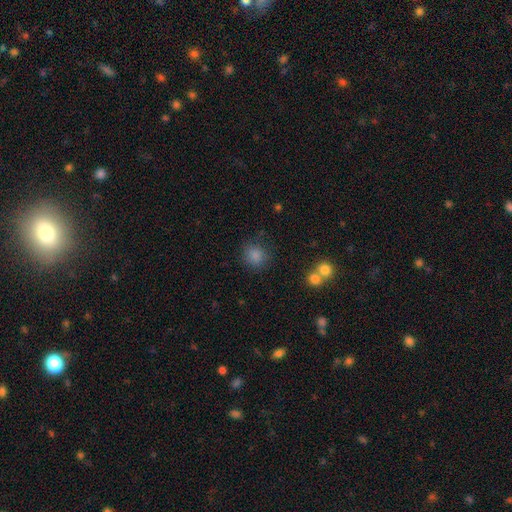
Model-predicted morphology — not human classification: Smooth or featured: smooth — 81% (star or artifact — 13%)
How rounded: round — 88% (in between — 11%)
Merging: none — 81% (minor disturbance — 10%)